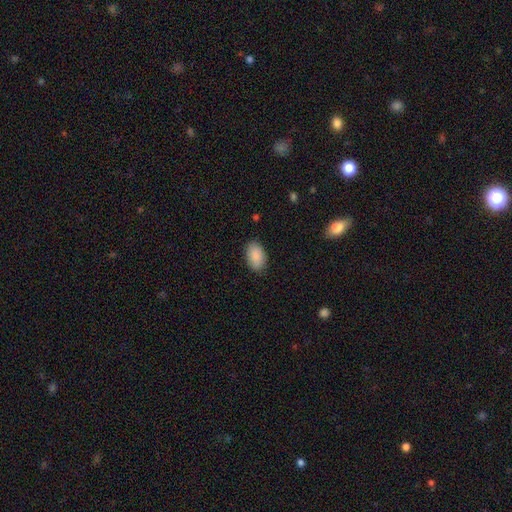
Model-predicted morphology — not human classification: This appears to be a smooth galaxy with no disk features (88%) that is in between round and cigar-shaped (92%). Merging: none (87%).